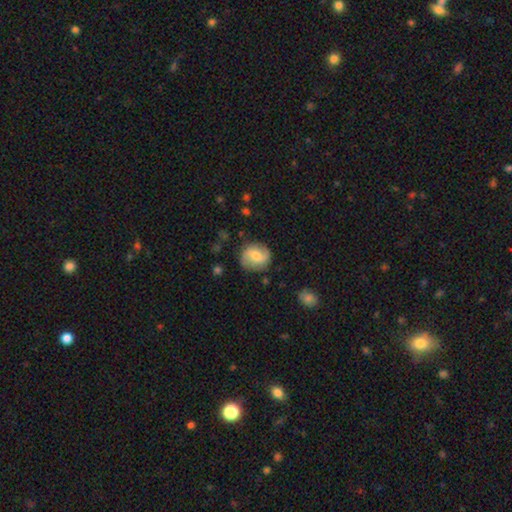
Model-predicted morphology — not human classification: A smooth galaxy with no disk features (47%). Merging: none (80%).